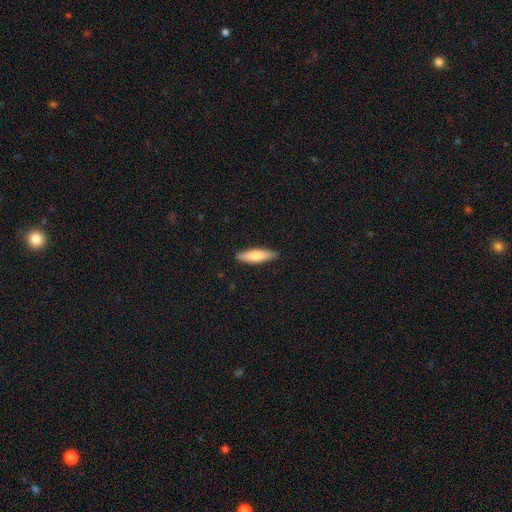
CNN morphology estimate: Q: Smooth or featured?
A: smooth (76%); runner-up: featured or disk (19%)
Q: How rounded?
A: cigar-shaped (68%); runner-up: in between (31%)
Q: Merging?
A: none (89%); runner-up: minor disturbance (8%)